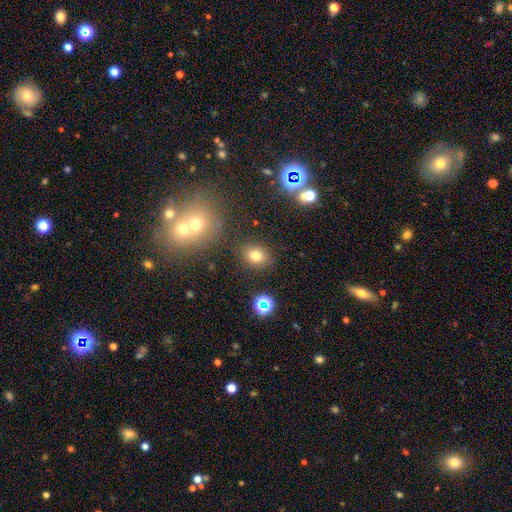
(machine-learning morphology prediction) A smooth galaxy with no disk features (75%) that is round (56%). Merging: none (84%).